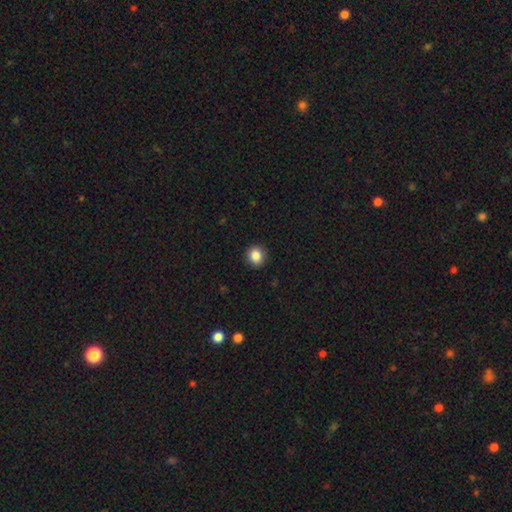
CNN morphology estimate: Smooth or featured? smooth (86%)
How rounded? round (86%)
Merging? none (92%)